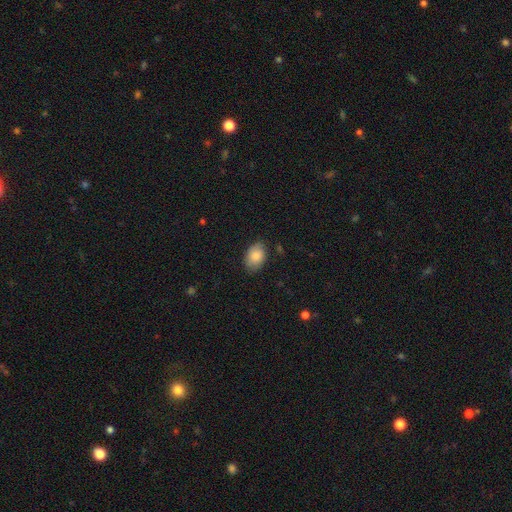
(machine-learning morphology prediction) Smooth or featured? smooth (85%)
How rounded? in between (83%)
Merging? none (78%)